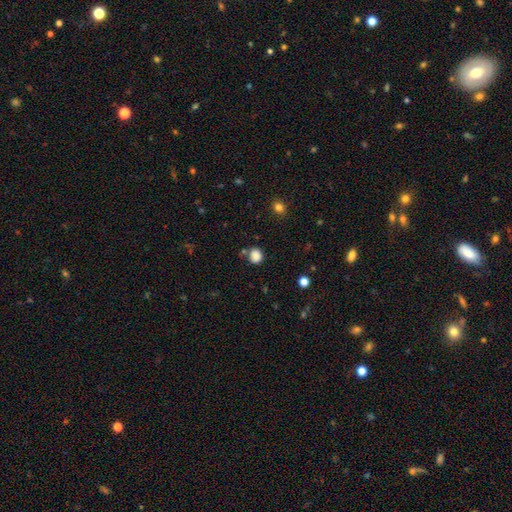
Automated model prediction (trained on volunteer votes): Q: Smooth or featured?
A: smooth (85%); runner-up: star or artifact (12%)
Q: How rounded?
A: round (69%); runner-up: in between (30%)
Q: Merging?
A: none (75%); runner-up: minor disturbance (13%)